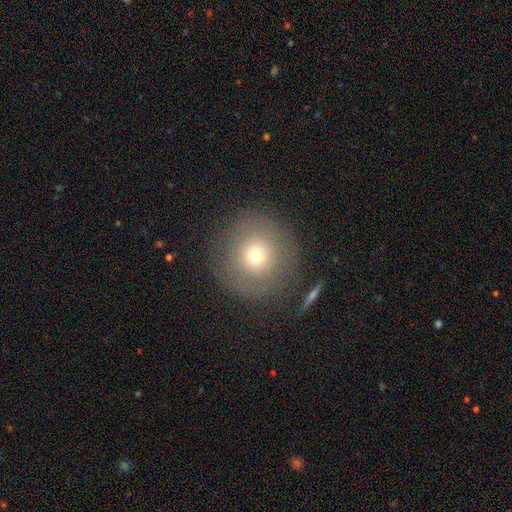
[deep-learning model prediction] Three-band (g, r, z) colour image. It shows a smooth galaxy with no disk features (64%) that is round (94%). Merging: none (83%).